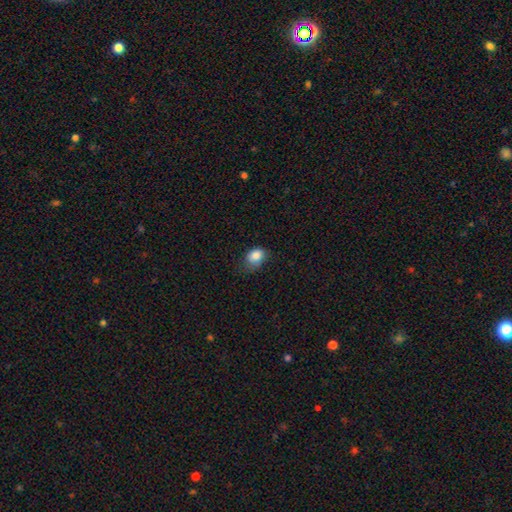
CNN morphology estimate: This appears to be a smooth galaxy with no disk features (85%) that is in between round and cigar-shaped (68%). Merging: none (48%).